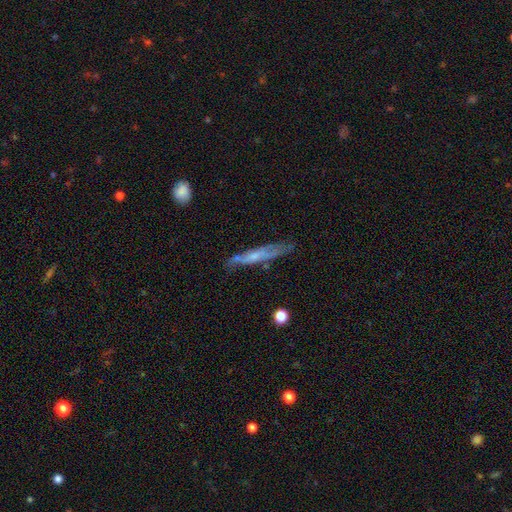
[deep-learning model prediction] Q: Smooth or featured?
A: featured or disk (53%); runner-up: smooth (40%)
Q: Edge-on disk?
A: yes (69%); runner-up: no (31%)
Q: Merging?
A: none (61%); runner-up: minor disturbance (25%)